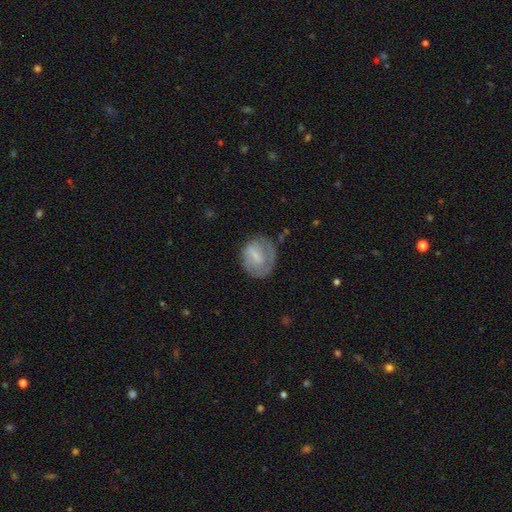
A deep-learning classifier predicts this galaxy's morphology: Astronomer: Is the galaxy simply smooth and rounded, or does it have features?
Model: featured or disk — 49% (runner-up: smooth, 43%).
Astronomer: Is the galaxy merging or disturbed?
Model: none — 58%.